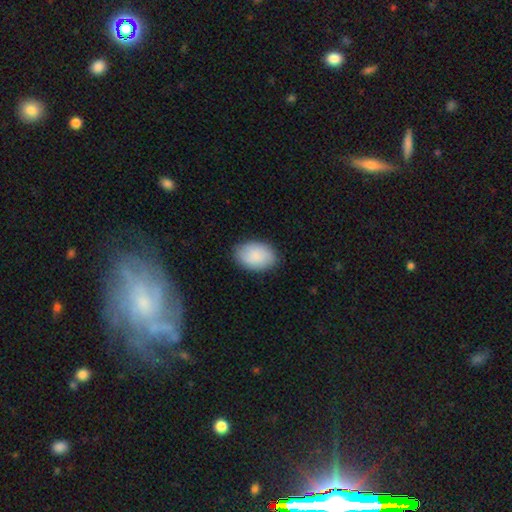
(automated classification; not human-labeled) smooth_or_featured: smooth (p=0.87) [alt: featured or disk p=0.08]
how_rounded: in between (p=0.87) [alt: round p=0.12]
merging: none (p=0.85) [alt: minor disturbance p=0.11]